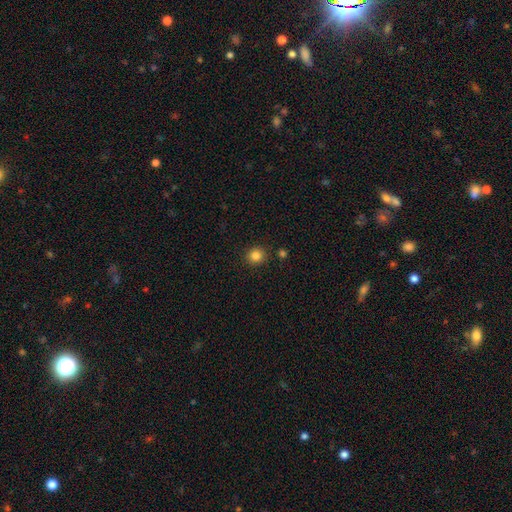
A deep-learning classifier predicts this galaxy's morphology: Q: Smooth or featured?
A: smooth (84%); runner-up: star or artifact (12%)
Q: How rounded?
A: round (89%); runner-up: in between (10%)
Q: Merging?
A: none (89%); runner-up: minor disturbance (6%)